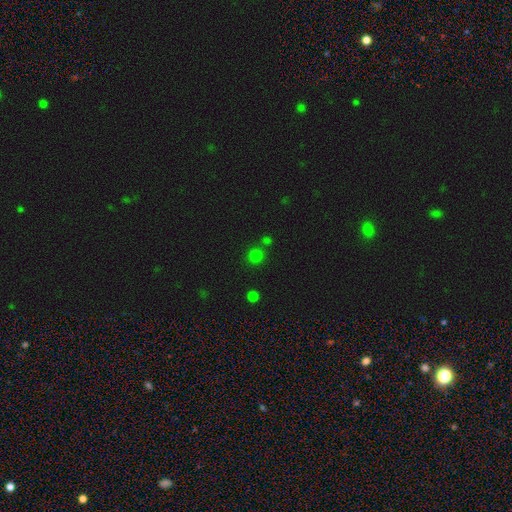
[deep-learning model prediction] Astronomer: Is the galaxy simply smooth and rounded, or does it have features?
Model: smooth — 74%.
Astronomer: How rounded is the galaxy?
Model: round — 92%.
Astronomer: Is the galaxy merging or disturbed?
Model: none — 78%.